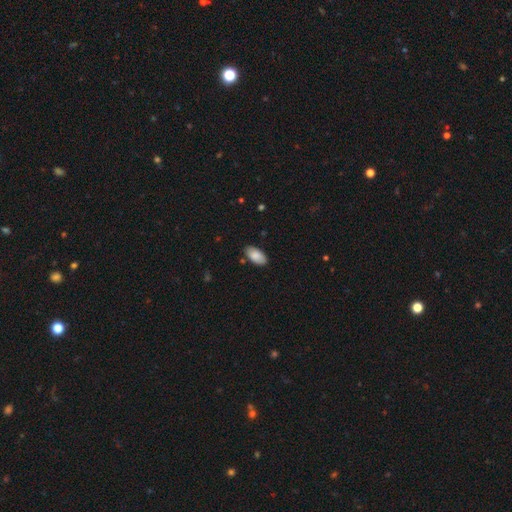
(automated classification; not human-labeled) Smooth or featured: smooth — 87% (featured or disk — 6%)
How rounded: in between — 95% (cigar-shaped — 3%)
Merging: none — 85% (minor disturbance — 11%)